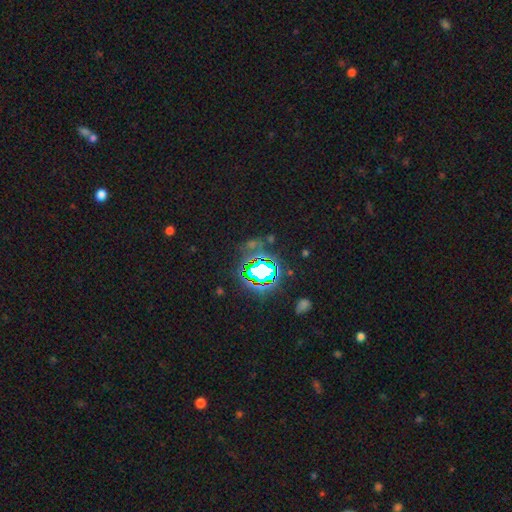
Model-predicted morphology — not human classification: Smooth or featured? Predicted: star or artifact (p=0.82).